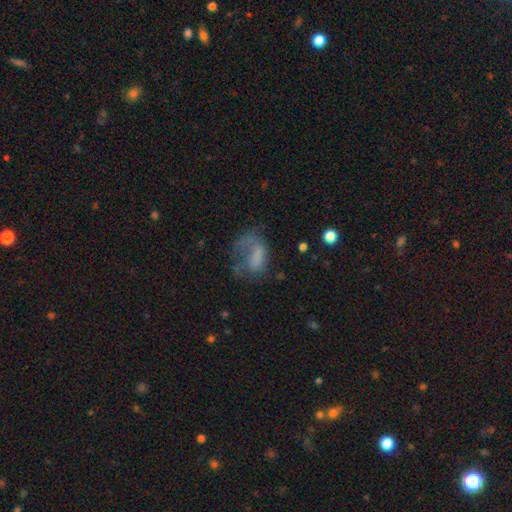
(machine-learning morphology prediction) This is possibly a smooth galaxy (49%). Merging: possibly major disturbance (48%).